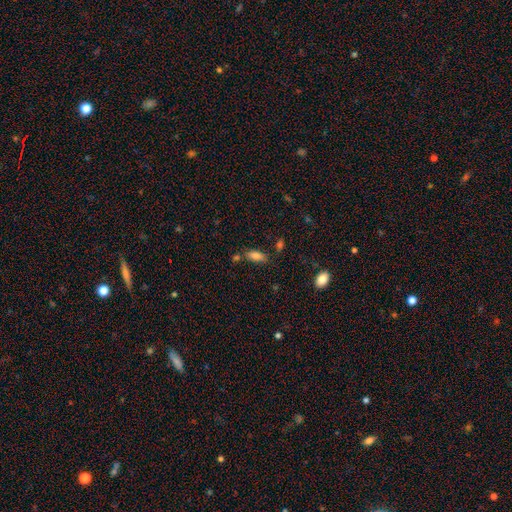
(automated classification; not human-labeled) smooth 81%, featured or disk 10%, star or artifact 9%. Down the decision tree: how rounded — in between (80%); merging — none (70%).